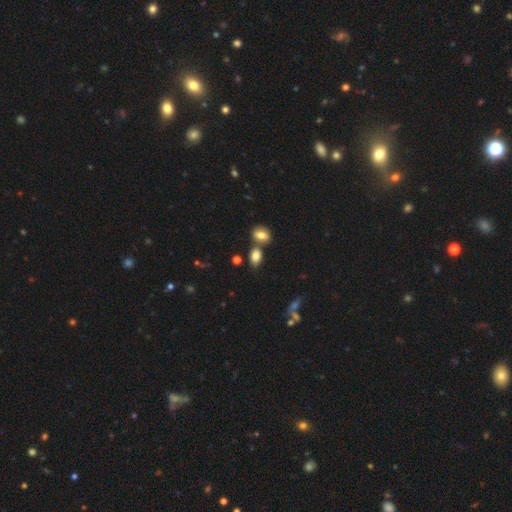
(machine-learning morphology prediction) Smooth or featured: smooth — 82% (star or artifact — 10%)
How rounded: in between — 81% (round — 17%)
Merging: none — 56% (merger — 27%)